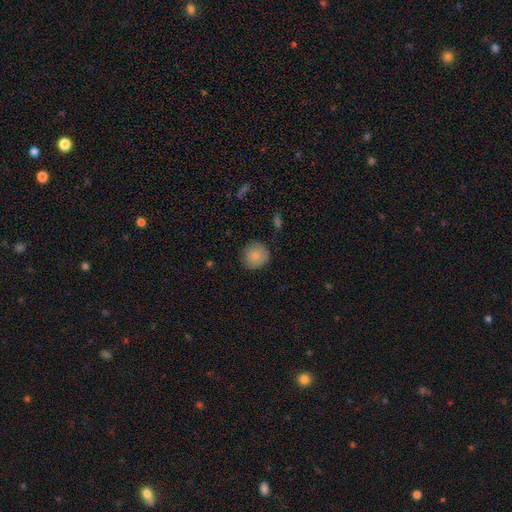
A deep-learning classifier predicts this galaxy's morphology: The model was most divided on "merging": none: 85%, minor disturbance: 11%, major disturbance: 2%, merger: 1%. More confident: how rounded — round (93%); smooth or featured — smooth (84%).